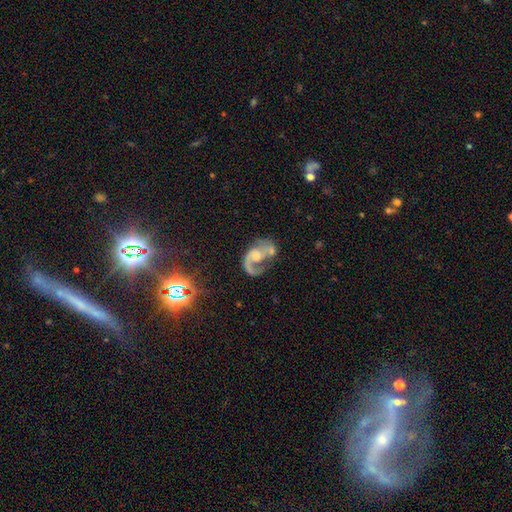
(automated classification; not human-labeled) Overall: featured or disk (83%). Edge-on disk: no (98%). Bar: no (60%; weak 33%). Spiral arms: yes (93%). Spiral arm count: 2 (63%; 1 31%). Spiral winding: medium (44%; loose 43%). Bulge size: moderate (33%; small 27%). Merging: none (39%; major disturbance 26%).